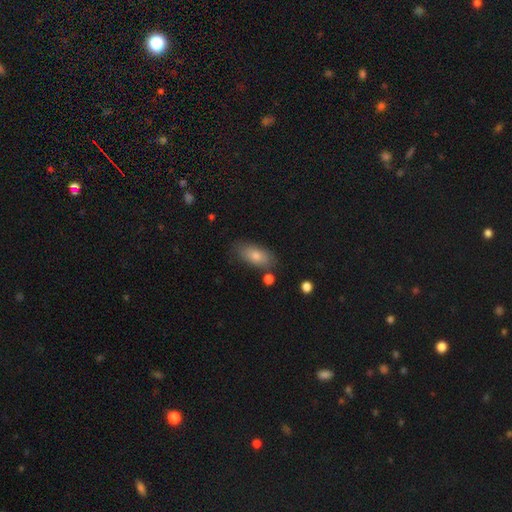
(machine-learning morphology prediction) Smooth or featured? smooth (76%)
How rounded? in between (87%)
Merging? none (79%)